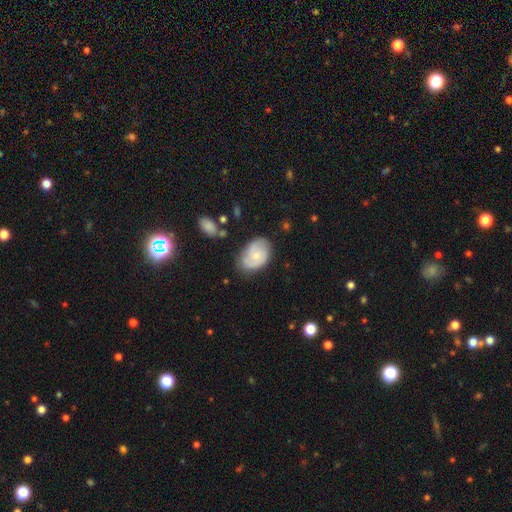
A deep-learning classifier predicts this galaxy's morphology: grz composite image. It shows a smooth galaxy with no disk features (49%). Merging: none (61%).